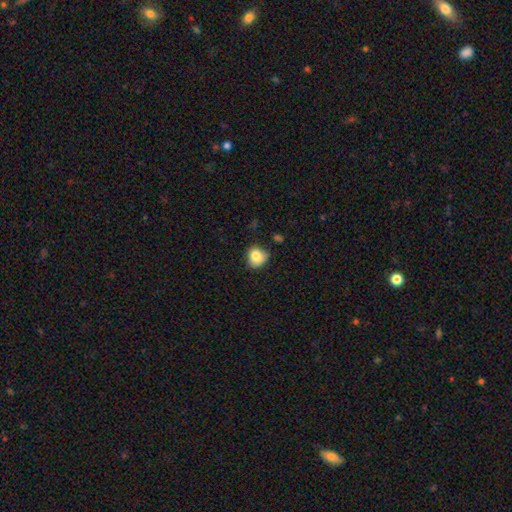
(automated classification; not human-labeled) smooth_or_featured: smooth (p=0.83) [alt: star or artifact p=0.10]
how_rounded: round (p=0.75) [alt: in between p=0.24]
merging: none (p=0.64) [alt: minor disturbance p=0.27]